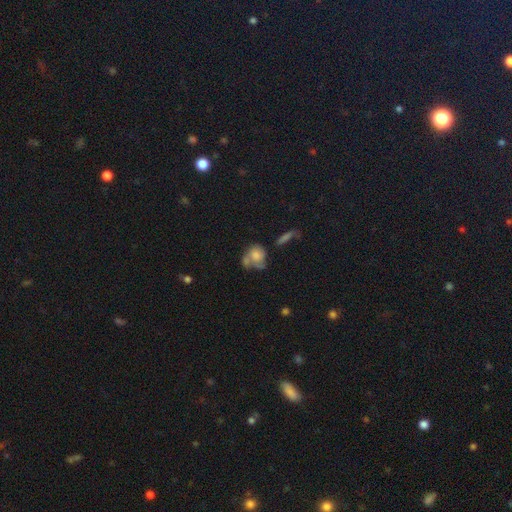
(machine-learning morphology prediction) Q: Smooth or featured?
A: smooth (62%); runner-up: featured or disk (28%)
Q: How rounded?
A: round (64%); runner-up: in between (34%)
Q: Merging?
A: merger (32%); tied with: none (32%)